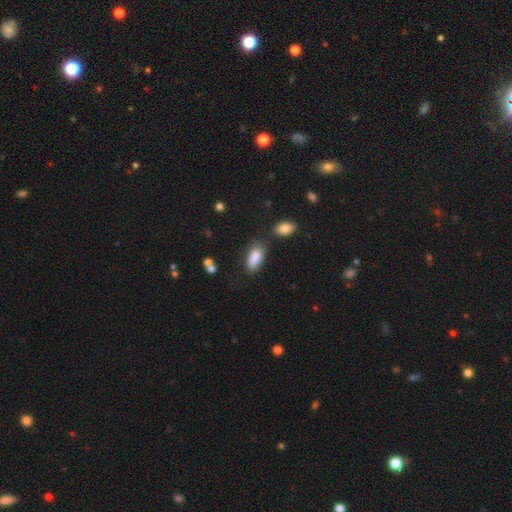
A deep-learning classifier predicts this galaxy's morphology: The model was most divided on "merging": none: 69%, minor disturbance: 17%, merger: 8%, major disturbance: 5%. More confident: smooth or featured — smooth (87%); how rounded — in between (85%).